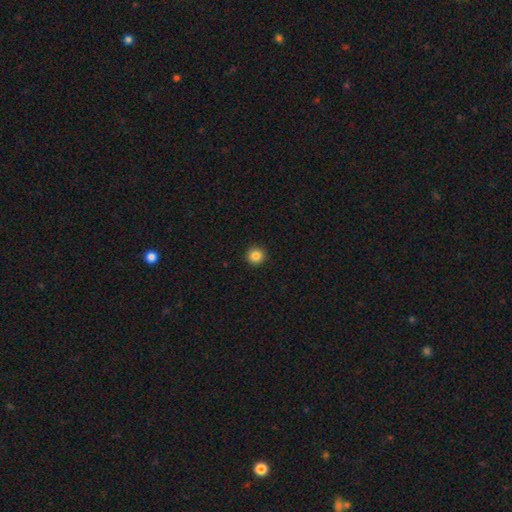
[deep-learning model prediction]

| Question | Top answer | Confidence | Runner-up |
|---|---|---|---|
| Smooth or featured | smooth | 85% | star or artifact (11%) |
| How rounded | round | 95% | in between (4%) |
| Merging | none | 93% | minor disturbance (4%) |